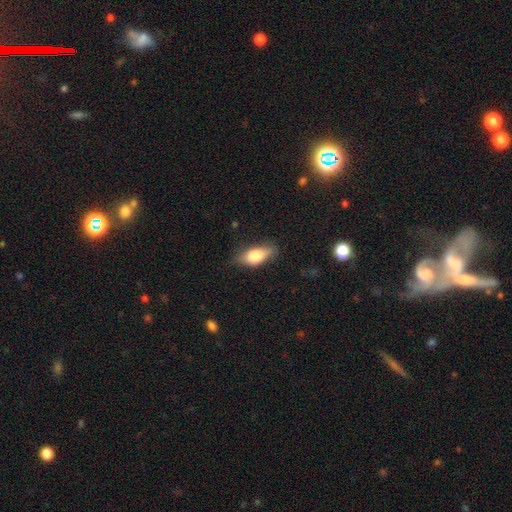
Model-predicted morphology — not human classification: smooth 76%, featured or disk 17%, star or artifact 7%. Down the decision tree: how rounded — in between (84%); merging — none (73%).